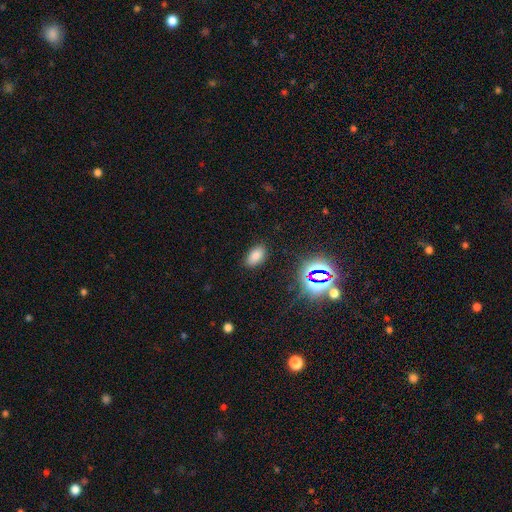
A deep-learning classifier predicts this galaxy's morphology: The model was most divided on "smooth or featured": smooth: 77%, star or artifact: 17%, featured or disk: 6%. More confident: how rounded — in between (92%); merging — none (86%).